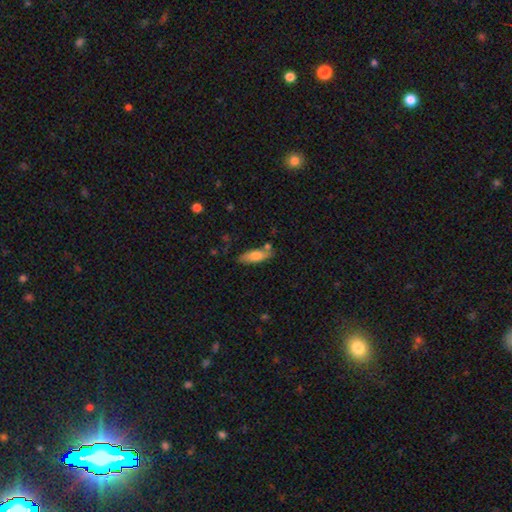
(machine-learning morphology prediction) Smooth or featured?
  - smooth: 72% *
  - featured or disk: 22%
  - star or artifact: 6%
How rounded?
  - in between: 59% *
  - cigar-shaped: 39%
  - round: 2%
Merging?
  - none: 75% *
  - minor disturbance: 15%
  - merger: 7%
  - major disturbance: 3%